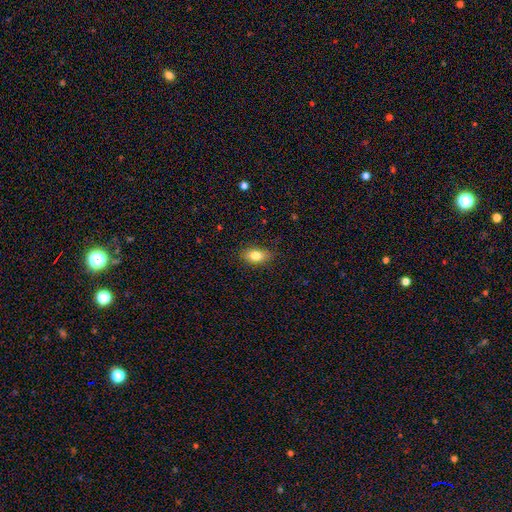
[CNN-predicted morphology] Smooth or featured?
  - smooth: 80% *
  - featured or disk: 11%
  - star or artifact: 8%
How rounded?
  - in between: 85% *
  - round: 10%
  - cigar-shaped: 4%
Merging?
  - none: 86% *
  - minor disturbance: 11%
  - major disturbance: 2%
  - merger: 1%